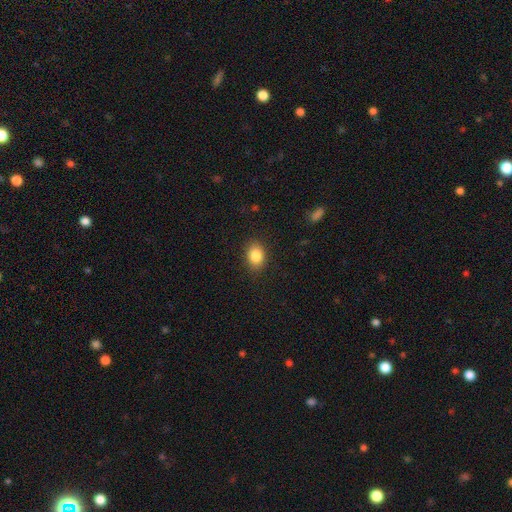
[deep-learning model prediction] This is clearly a smooth galaxy (86%). How rounded: likely in between (70%). Merging: clearly none (87%).